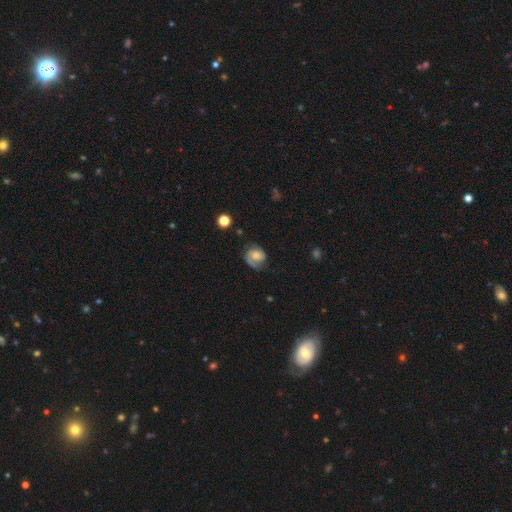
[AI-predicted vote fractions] Morphology: type=featured or disk (63%); edge-on=no (97%); bar=no (64%); spiral arms=yes (90%); winding=medium (40%); arm count=2 (46%); bulge=moderate (49%); merging=none (57%).